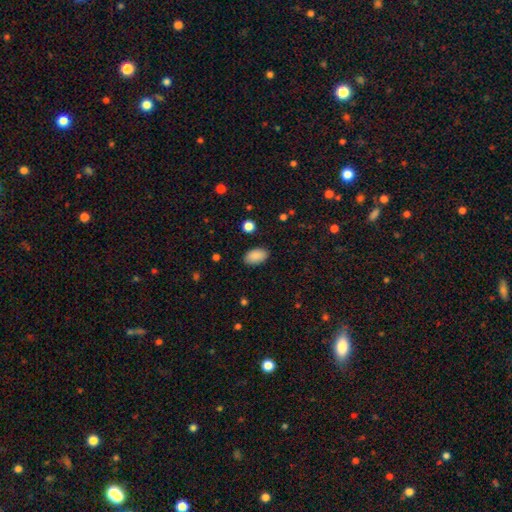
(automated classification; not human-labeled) smooth_or_featured: smooth (p=0.89) [alt: star or artifact p=0.07]
how_rounded: in between (p=0.94) [alt: round p=0.05]
merging: none (p=0.88) [alt: minor disturbance p=0.09]